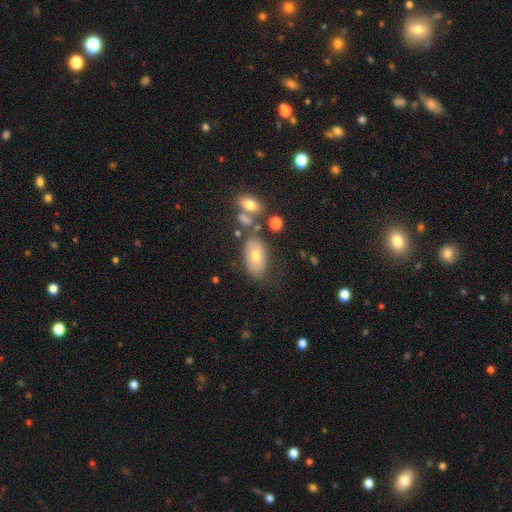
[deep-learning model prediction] This appears to be a smooth galaxy with no disk features (65%) that is in between round and cigar-shaped (91%). Merging: none (62%).